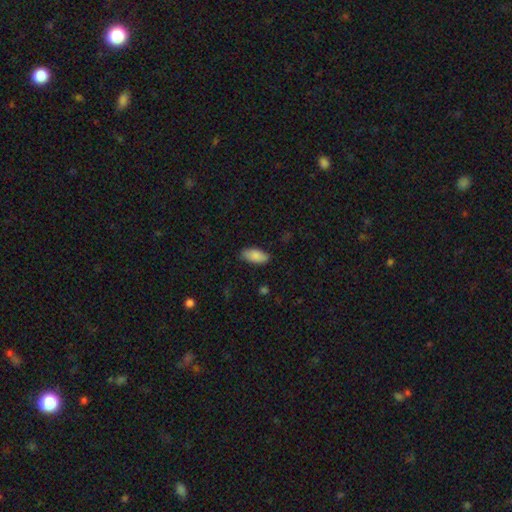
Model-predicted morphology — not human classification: This appears to be a smooth galaxy with no disk features (87%) that is in between round and cigar-shaped (90%). Merging: none (82%).